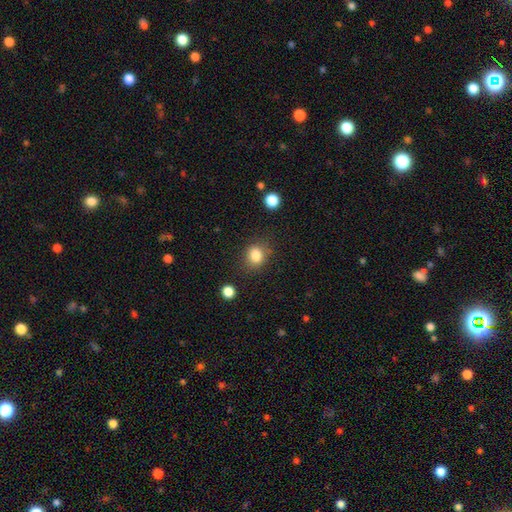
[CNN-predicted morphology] type=smooth (83%); roundness=round (66%); merging=none (78%).